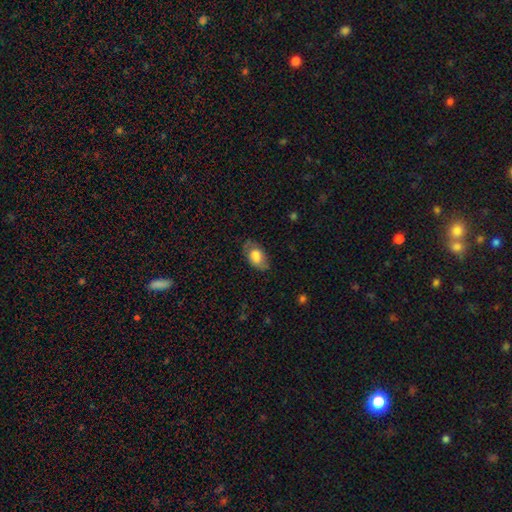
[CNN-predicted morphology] This is likely a smooth galaxy (74%). How rounded: clearly in between (91%). Merging: likely none (69%).